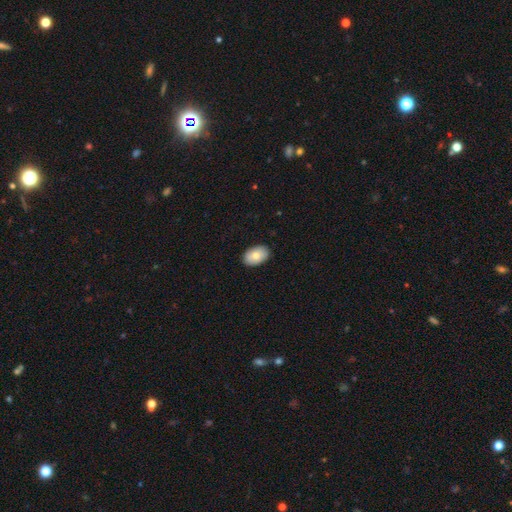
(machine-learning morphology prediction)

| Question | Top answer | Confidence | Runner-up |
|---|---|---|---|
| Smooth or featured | smooth | 78% | featured or disk (16%) |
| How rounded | in between | 89% | round (10%) |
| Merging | none | 89% | minor disturbance (8%) |